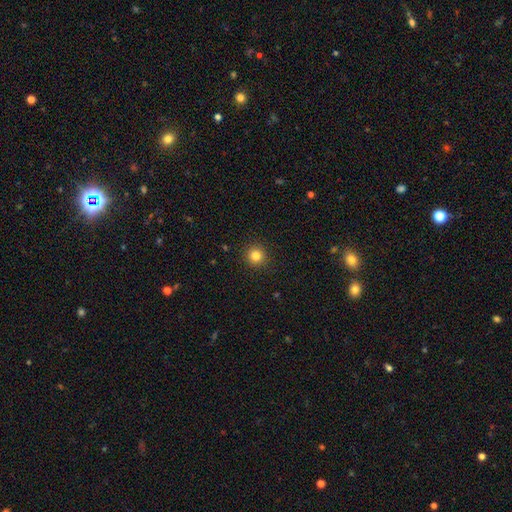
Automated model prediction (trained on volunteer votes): Smooth or featured?
  - smooth: 83% *
  - star or artifact: 12%
  - featured or disk: 5%
How rounded?
  - round: 94% *
  - in between: 5%
  - cigar-shaped: 1%
Merging?
  - none: 93% *
  - minor disturbance: 5%
  - major disturbance: 2%
  - merger: 1%